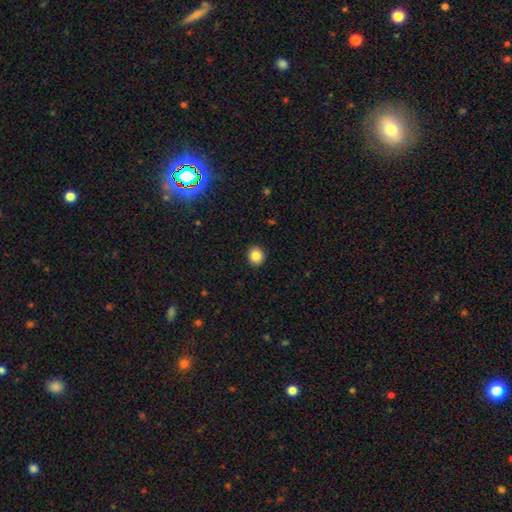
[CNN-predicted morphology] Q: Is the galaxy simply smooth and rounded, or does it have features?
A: smooth — 85%.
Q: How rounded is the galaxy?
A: round — 84%.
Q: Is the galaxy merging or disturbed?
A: none — 92%.